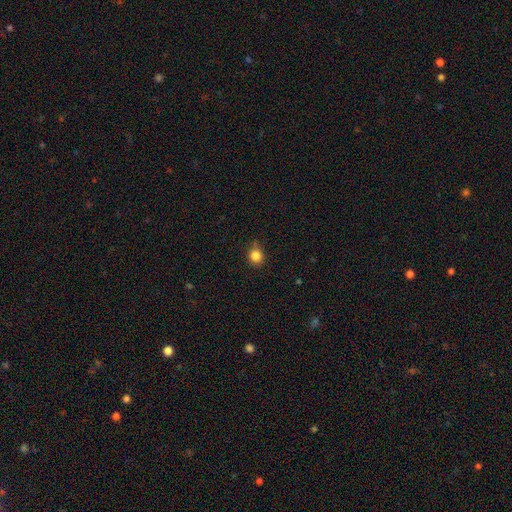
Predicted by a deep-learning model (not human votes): Smooth or featured?
  - smooth: 84% *
  - star or artifact: 11%
  - featured or disk: 4%
How rounded?
  - round: 84% *
  - in between: 15%
  - cigar-shaped: 1%
Merging?
  - none: 77% *
  - minor disturbance: 18%
  - major disturbance: 3%
  - merger: 2%